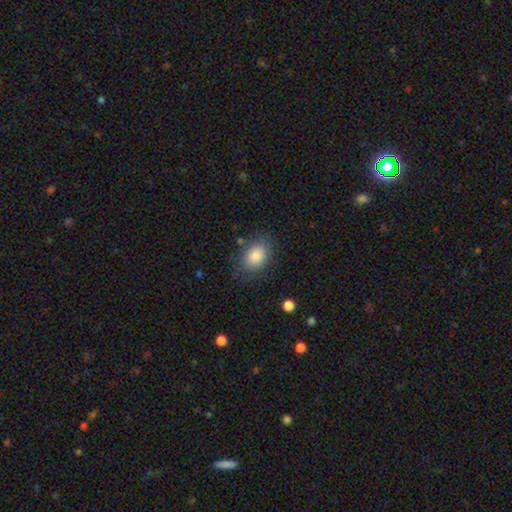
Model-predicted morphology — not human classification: Overall: smooth (85%). How rounded: in between (77%). Merging: none (78%).